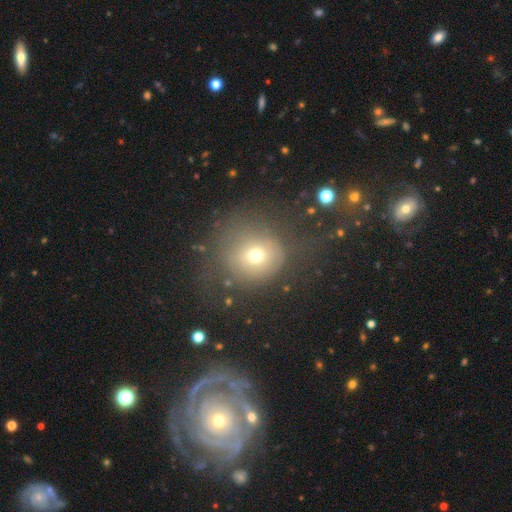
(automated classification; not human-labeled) Smooth or featured?
  - smooth: 64% *
  - featured or disk: 19%
  - star or artifact: 17%
How rounded?
  - round: 85% *
  - in between: 14%
  - cigar-shaped: 1%
Merging?
  - none: 50% *
  - major disturbance: 28%
  - minor disturbance: 19%
  - merger: 3%